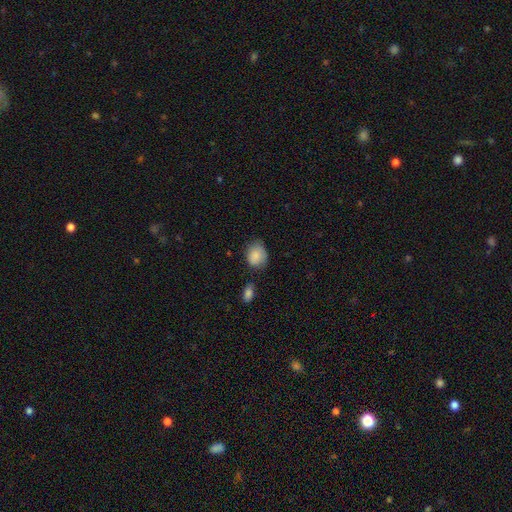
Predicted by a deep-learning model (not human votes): Q: Smooth or featured?
A: smooth (85%); runner-up: star or artifact (8%)
Q: How rounded?
A: in between (54%); runner-up: round (45%)
Q: Merging?
A: none (59%); runner-up: minor disturbance (30%)